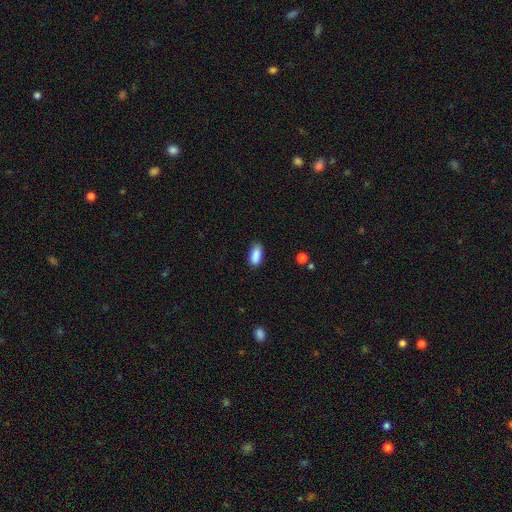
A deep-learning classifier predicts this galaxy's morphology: A smooth galaxy with no disk features (89%) that is in between round and cigar-shaped (88%). Merging: none (81%).